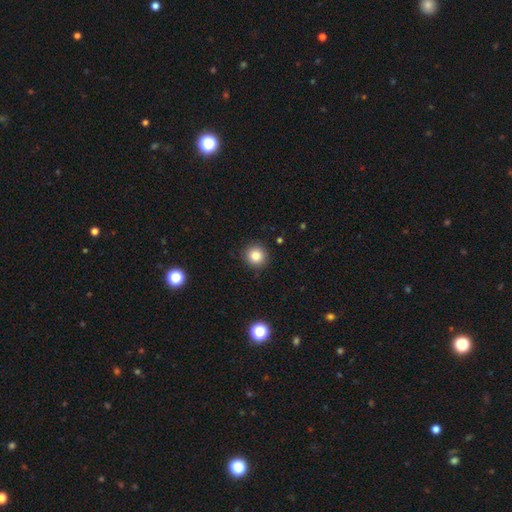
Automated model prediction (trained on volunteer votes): Smooth or featured: smooth — 84% (star or artifact — 11%)
How rounded: round — 94% (in between — 5%)
Merging: none — 91% (minor disturbance — 6%)